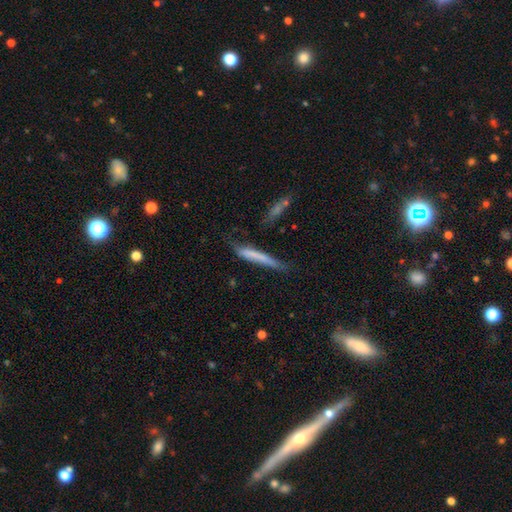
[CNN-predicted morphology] Overall: smooth (65%; featured or disk 28%). How rounded: cigar-shaped (94%). Merging: none (53%; minor disturbance 29%).